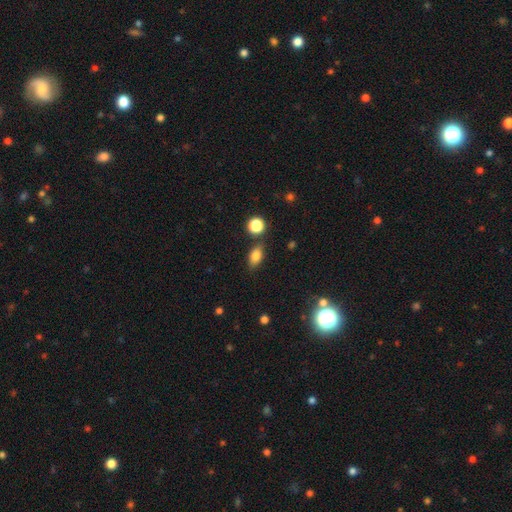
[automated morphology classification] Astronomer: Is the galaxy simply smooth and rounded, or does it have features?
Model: smooth — 81%.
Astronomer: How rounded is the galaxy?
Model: in between — 82%.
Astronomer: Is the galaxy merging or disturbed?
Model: none — 78%.